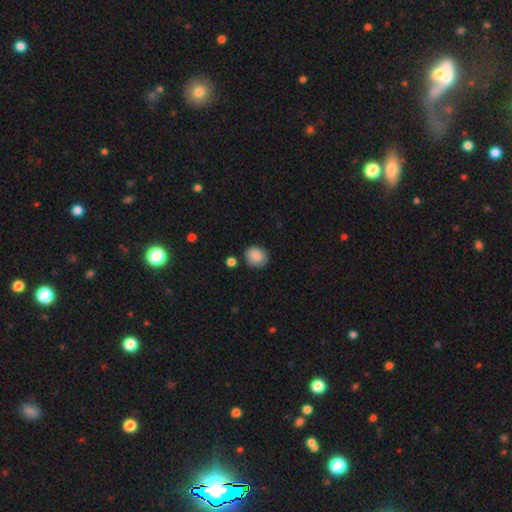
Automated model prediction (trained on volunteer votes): A smooth galaxy with no disk features (88%) that is round (66%). Merging: none (79%).